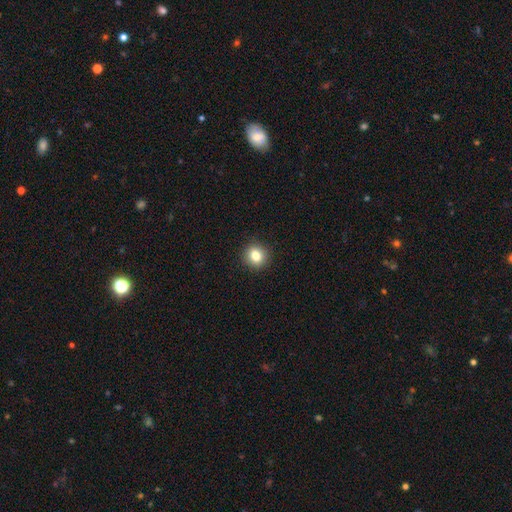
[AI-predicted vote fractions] smooth-or-featured: smooth: 82% | star or artifact: 11% | featured or disk: 7%
  how-rounded: round: 86% | in between: 13% | cigar-shaped: 1%
  merging: none: 91% | minor disturbance: 6% | major disturbance: 2% | merger: 1%